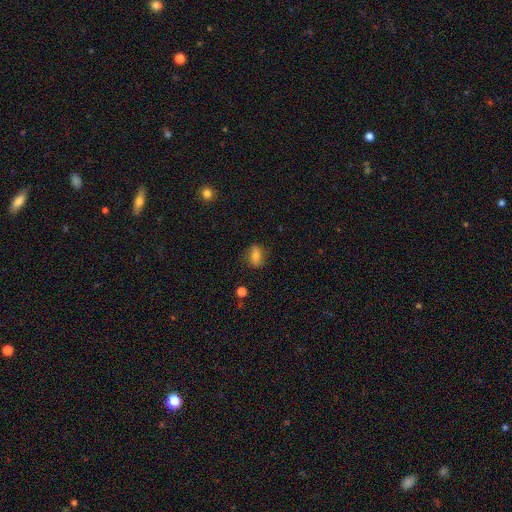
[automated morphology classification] Smooth or featured? Predicted: smooth (p=0.71). How rounded? Predicted: in between (p=0.66). Merging? Predicted: none (p=0.81).